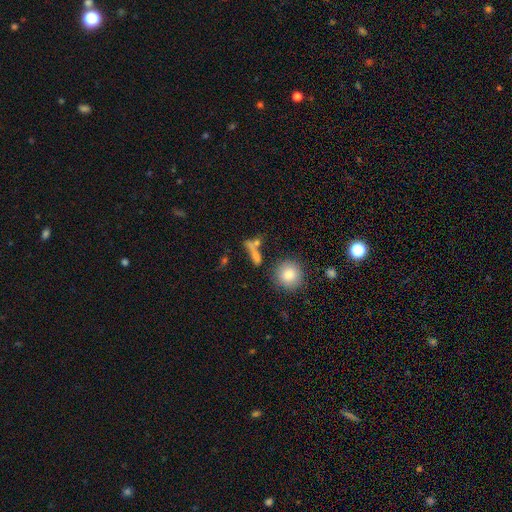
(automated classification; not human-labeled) smooth_or_featured: smooth (p=0.67) [alt: featured or disk p=0.18]
how_rounded: cigar-shaped (p=0.41) [alt: round p=0.31]
merging: none (p=0.59) [alt: merger p=0.21]